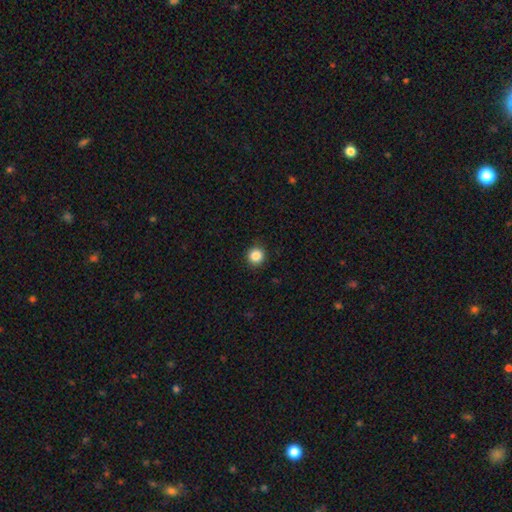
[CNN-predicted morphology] smooth 86%, star or artifact 10%, featured or disk 3%. Down the decision tree: how rounded — round (94%); merging — none (91%).